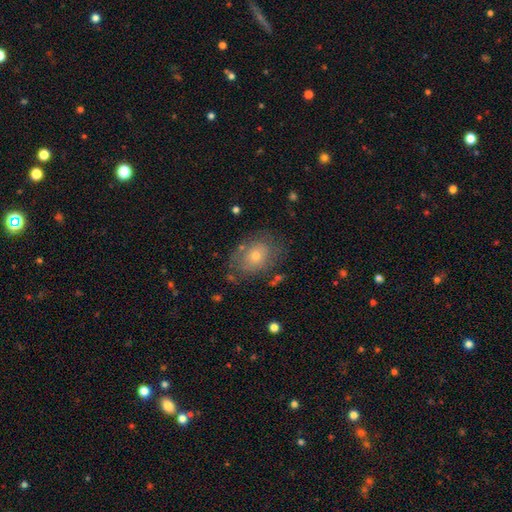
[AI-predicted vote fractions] A smooth galaxy with no disk features (56%) that is in between round and cigar-shaped (67%). Merging: none (71%).